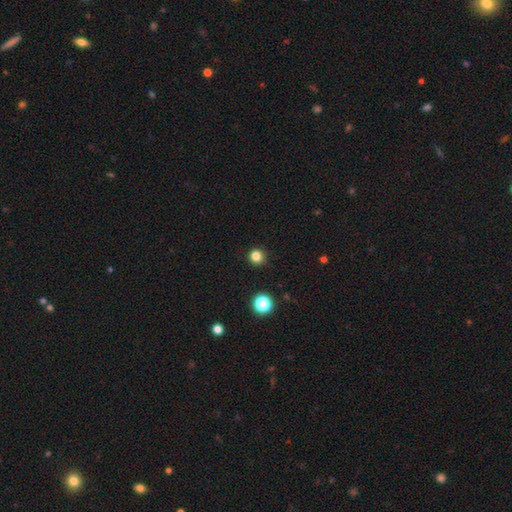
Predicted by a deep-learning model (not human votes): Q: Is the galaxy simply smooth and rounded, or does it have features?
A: smooth — 82%.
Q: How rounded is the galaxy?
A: round — 94%.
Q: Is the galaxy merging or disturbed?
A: none — 92%.